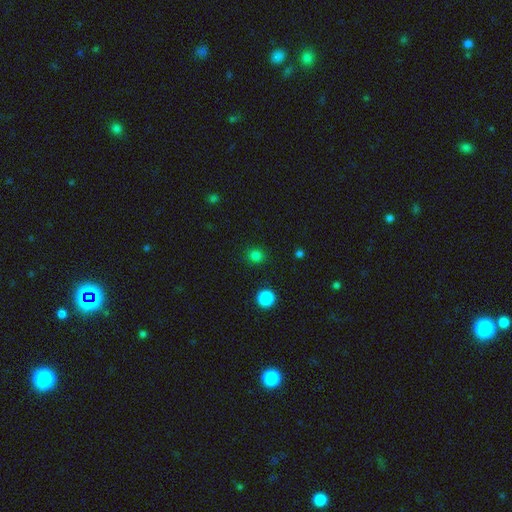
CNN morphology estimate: The model was most divided on "smooth or featured": smooth: 80%, star or artifact: 16%, featured or disk: 4%. More confident: merging — none (89%); how rounded — round (83%).